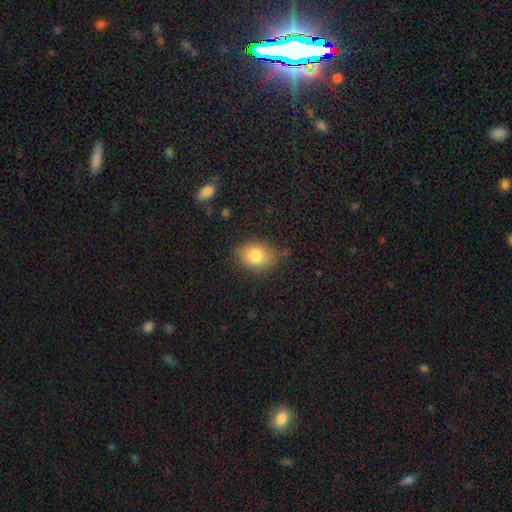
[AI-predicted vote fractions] The model was most divided on "how rounded": in between: 58%, round: 40%, cigar-shaped: 1%. More confident: smooth or featured — smooth (80%); merging — none (75%).